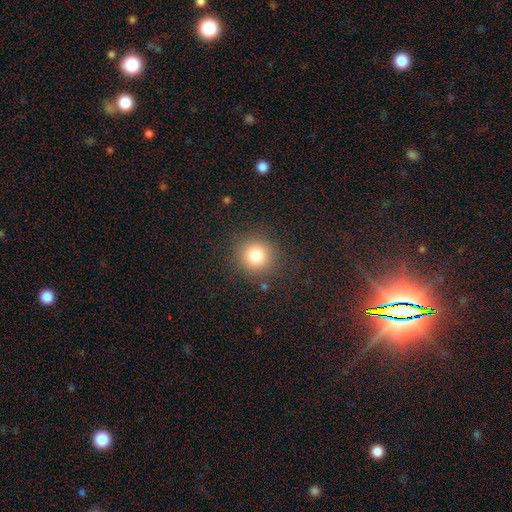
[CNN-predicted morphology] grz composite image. It shows a smooth galaxy with no disk features (79%) that is round (93%). Merging: none (88%).